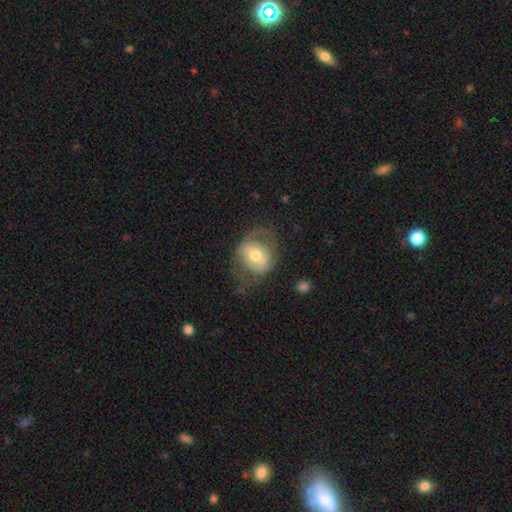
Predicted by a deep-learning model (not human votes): Smooth or featured: featured or disk — 47% (smooth — 46%)
Merging: none — 55% (minor disturbance — 23%)